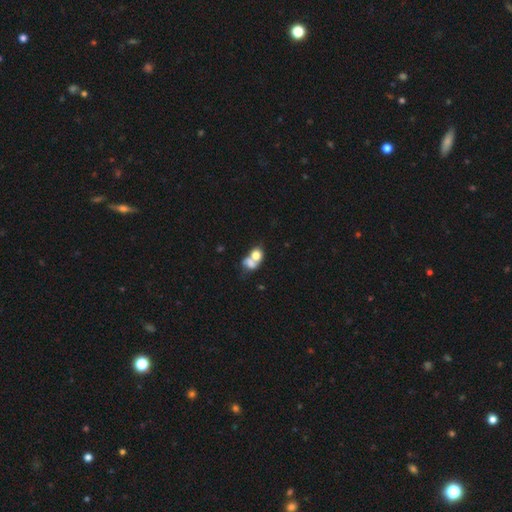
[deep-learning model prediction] Smooth or featured? smooth (67%)
How rounded? in between (52%)
Merging? merger (66%)